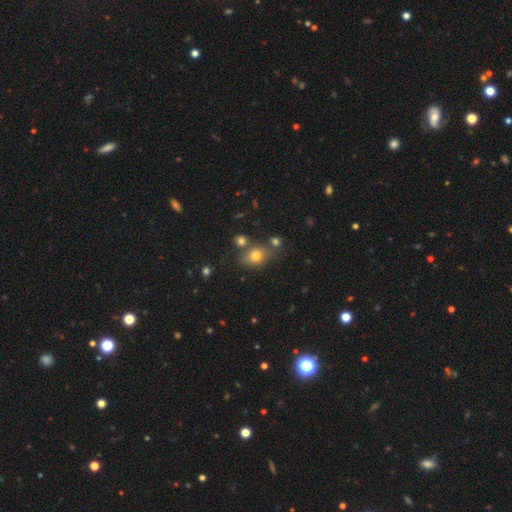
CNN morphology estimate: Smooth or featured: smooth — 74% (star or artifact — 13%)
How rounded: in between — 58% (round — 40%)
Merging: none — 65% (minor disturbance — 15%)